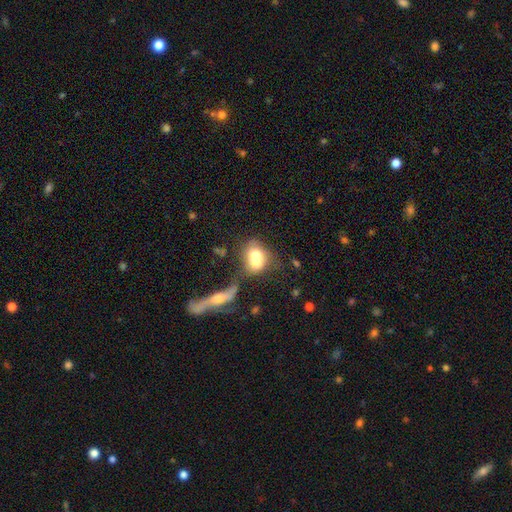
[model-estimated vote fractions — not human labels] This is likely a smooth galaxy (65%). How rounded: possibly in between (55%). Merging: likely merger (61%).